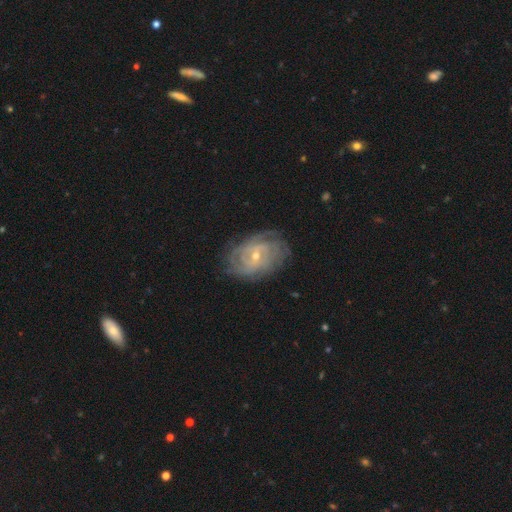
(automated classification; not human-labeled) The model was most divided on "bar": no: 46%, weak: 42%, strong: 11%. Remaining: edge-on disk — no (96%); spiral arms — yes (94%); smooth or featured — featured or disk (83%); merging — none (76%); spiral winding — tight (71%); bulge size — small (62%); spiral arm count — can't tell (42%).